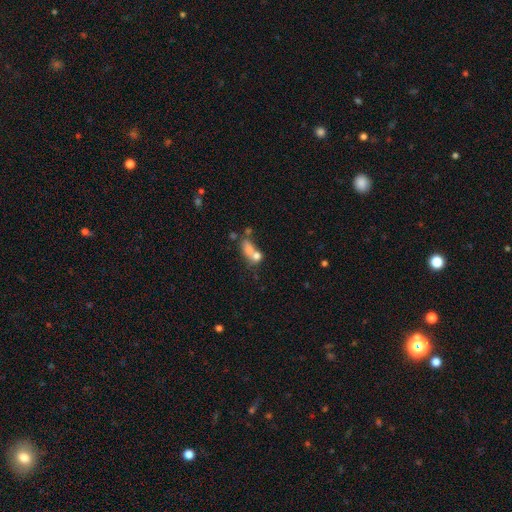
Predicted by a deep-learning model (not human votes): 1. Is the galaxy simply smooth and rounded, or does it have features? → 67% smooth, 21% featured or disk, 12% star or artifact.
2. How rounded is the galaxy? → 60% in between, 31% round, 10% cigar-shaped.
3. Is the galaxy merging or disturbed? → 58% merger, 25% none, 9% minor disturbance, 8% major disturbance.